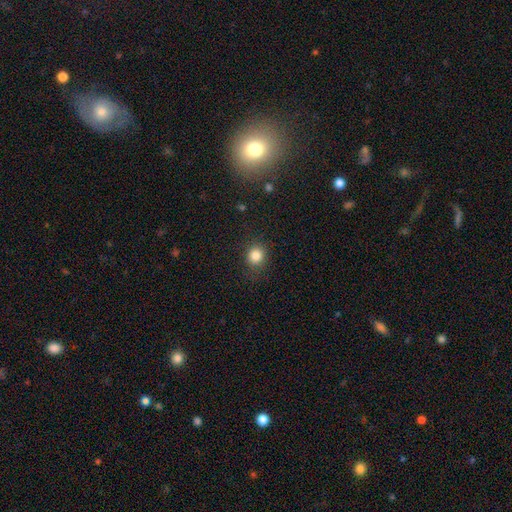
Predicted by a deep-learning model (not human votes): Q: Smooth or featured?
A: smooth (84%); runner-up: star or artifact (12%)
Q: How rounded?
A: round (83%); runner-up: in between (16%)
Q: Merging?
A: none (86%); runner-up: minor disturbance (9%)